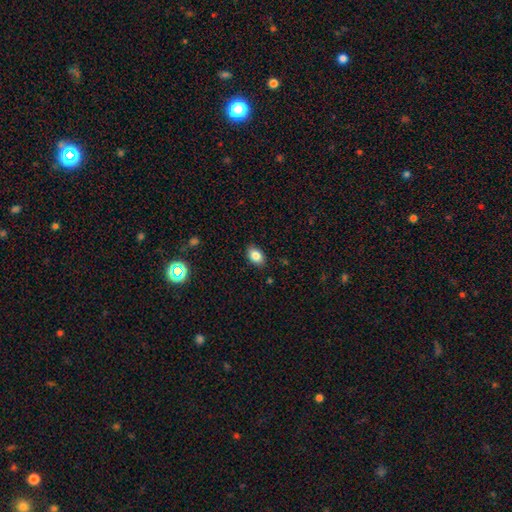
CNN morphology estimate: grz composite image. It shows a smooth galaxy with no disk features (83%) that is in between round and cigar-shaped (84%). Merging: none (87%).